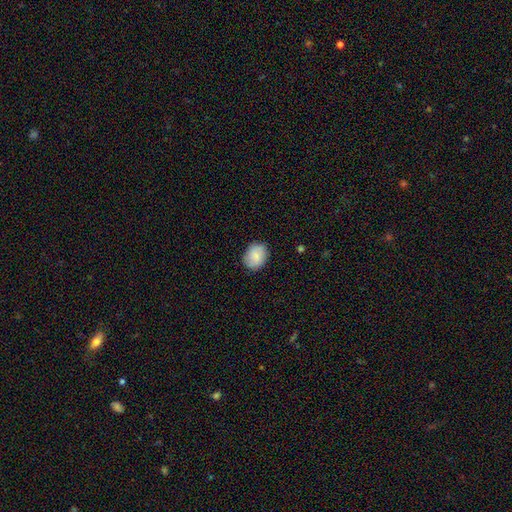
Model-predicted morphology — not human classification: Smooth or featured: smooth — 83% (featured or disk — 10%)
How rounded: in between — 51% (round — 48%)
Merging: none — 84% (minor disturbance — 13%)